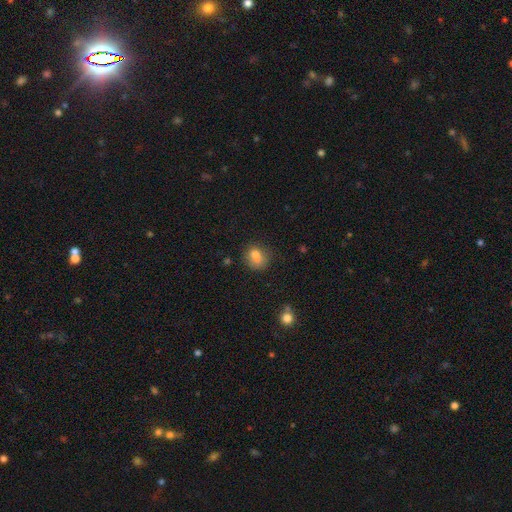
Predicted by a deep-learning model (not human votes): This appears to be a smooth galaxy with no disk features (78%) that is round (51%). Merging: none (63%).